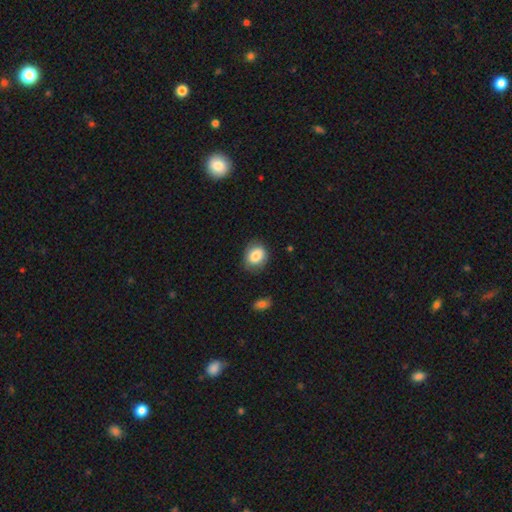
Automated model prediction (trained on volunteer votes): Morphology: type=smooth (82%); roundness=round (58%); merging=none (79%).